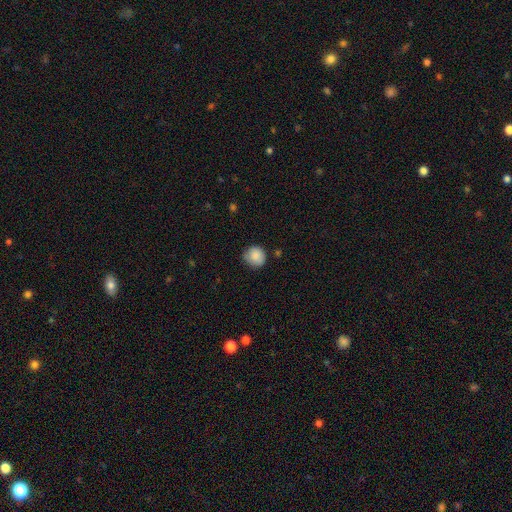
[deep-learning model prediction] This appears to be a smooth galaxy with no disk features (85%) that is round (89%). Merging: none (73%).